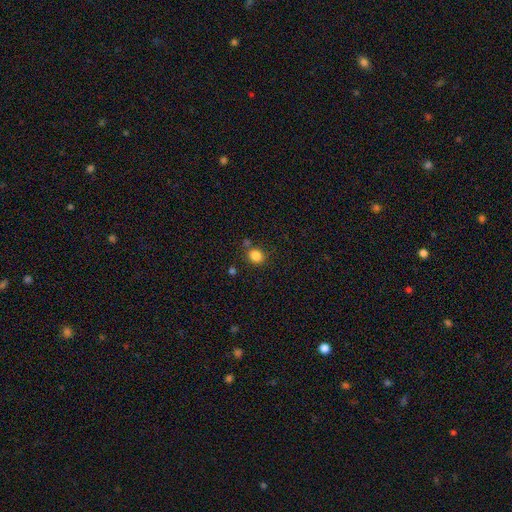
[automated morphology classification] smooth-or-featured: smooth: 84% | star or artifact: 11% | featured or disk: 4%
  how-rounded: round: 69% | in between: 30% | cigar-shaped: 1%
  merging: none: 78% | minor disturbance: 11% | merger: 8% | major disturbance: 4%